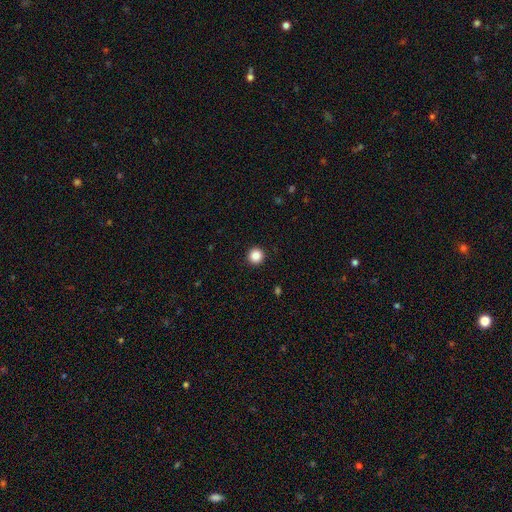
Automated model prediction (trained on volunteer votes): Smooth or featured?
  - smooth: 87% *
  - star or artifact: 10%
  - featured or disk: 3%
How rounded?
  - round: 96% *
  - in between: 3%
  - cigar-shaped: 1%
Merging?
  - none: 94% *
  - minor disturbance: 4%
  - major disturbance: 2%
  - merger: 1%